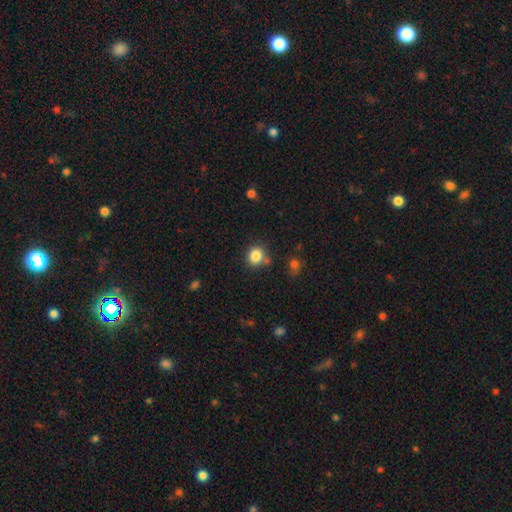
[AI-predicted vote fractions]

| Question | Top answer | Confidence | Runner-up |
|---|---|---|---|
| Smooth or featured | smooth | 84% | star or artifact (11%) |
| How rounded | round | 80% | in between (19%) |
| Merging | none | 73% | minor disturbance (13%) |